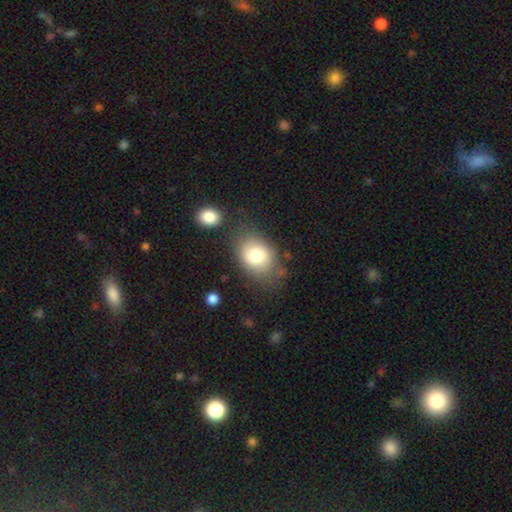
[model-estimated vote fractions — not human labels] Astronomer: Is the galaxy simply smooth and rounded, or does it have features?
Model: smooth — 78%.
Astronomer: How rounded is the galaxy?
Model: in between — 71%.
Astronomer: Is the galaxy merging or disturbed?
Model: none — 68%.